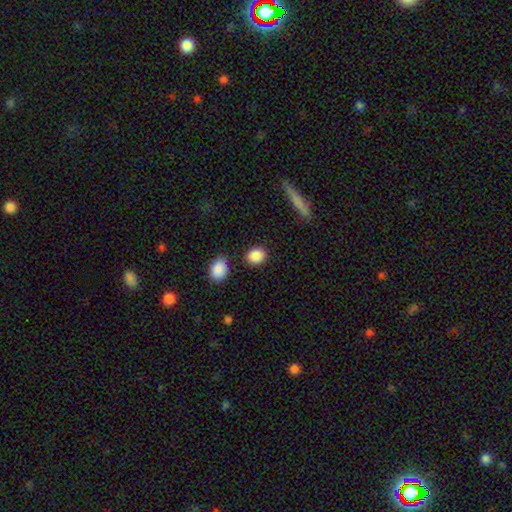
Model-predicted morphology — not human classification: Smooth or featured?
  - smooth: 88% *
  - star or artifact: 8%
  - featured or disk: 4%
How rounded?
  - round: 63% *
  - in between: 36%
  - cigar-shaped: 2%
Merging?
  - none: 84% *
  - minor disturbance: 9%
  - merger: 4%
  - major disturbance: 3%